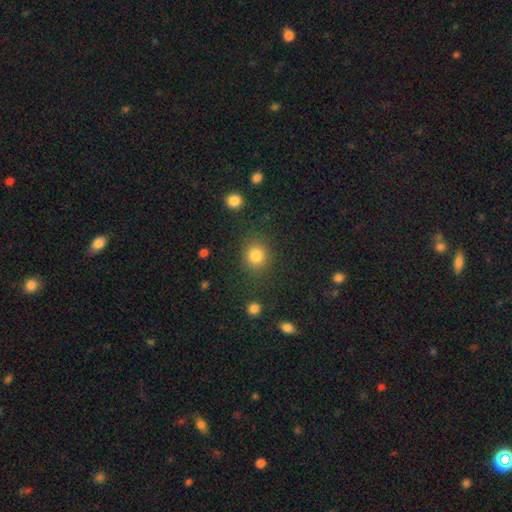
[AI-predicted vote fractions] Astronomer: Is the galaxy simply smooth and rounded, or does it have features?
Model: smooth — 83%.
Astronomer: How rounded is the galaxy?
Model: round — 79%.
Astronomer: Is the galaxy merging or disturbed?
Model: none — 84%.